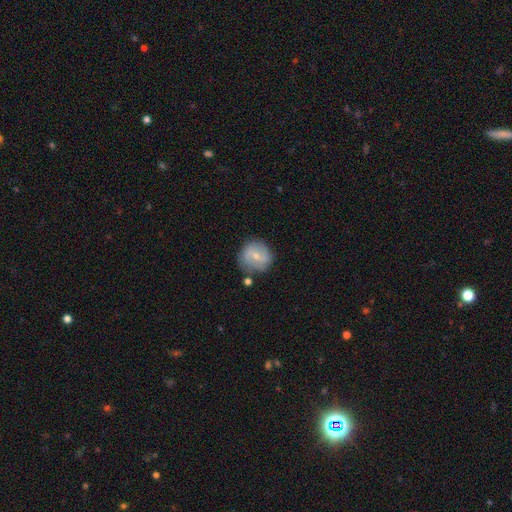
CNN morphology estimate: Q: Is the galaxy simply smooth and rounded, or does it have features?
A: featured or disk — 51%.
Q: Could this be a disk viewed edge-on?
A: no — 96%.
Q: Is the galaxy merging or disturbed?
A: none — 74%.